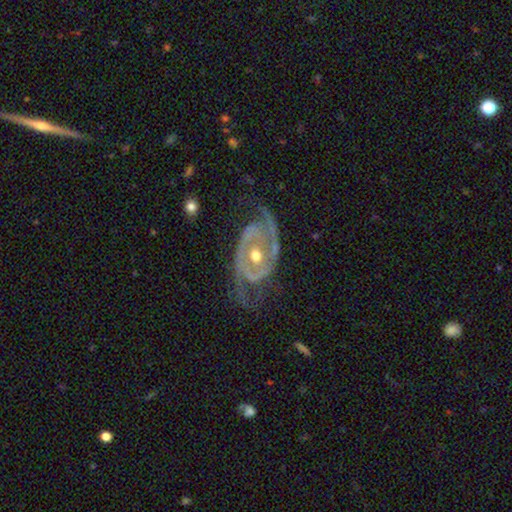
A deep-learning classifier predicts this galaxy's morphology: Q: Smooth or featured?
A: featured or disk (90%); runner-up: smooth (6%)
Q: Edge-on disk?
A: no (96%); runner-up: yes (4%)
Q: Bar?
A: no (74%); runner-up: weak (18%)
Q: Spiral arms?
A: yes (93%); runner-up: no (7%)
Q: Spiral winding?
A: medium (42%); runner-up: tight (37%)
Q: Spiral arm count?
A: 2 (78%); runner-up: can't tell (7%)
Q: Bulge size?
A: moderate (74%); runner-up: small (20%)
Q: Merging?
A: none (60%); runner-up: minor disturbance (22%)